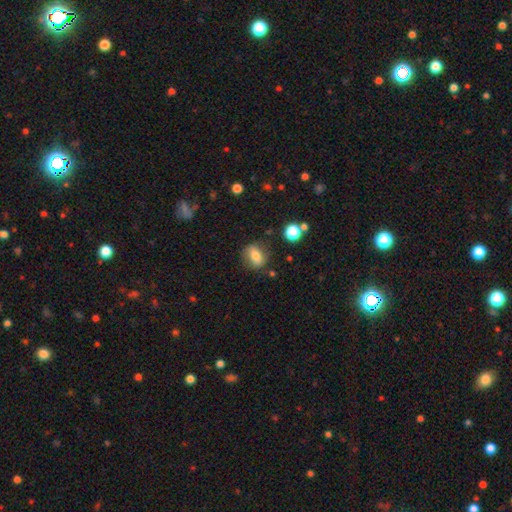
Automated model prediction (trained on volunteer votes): Q: Smooth or featured?
A: smooth (68%); runner-up: featured or disk (22%)
Q: How rounded?
A: in between (51%); runner-up: round (46%)
Q: Merging?
A: none (76%); runner-up: minor disturbance (16%)